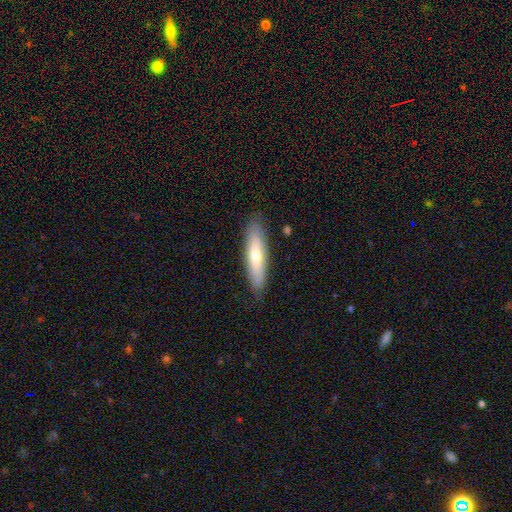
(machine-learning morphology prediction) Smooth or featured: smooth — 59% (featured or disk — 34%)
How rounded: cigar-shaped — 75% (in between — 24%)
Merging: none — 87% (minor disturbance — 10%)